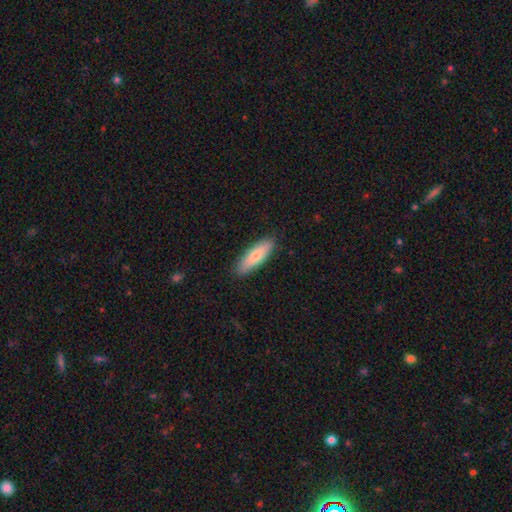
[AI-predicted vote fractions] Overall: smooth (73%). How rounded: cigar-shaped (51%; in between 47%). Merging: none (88%).